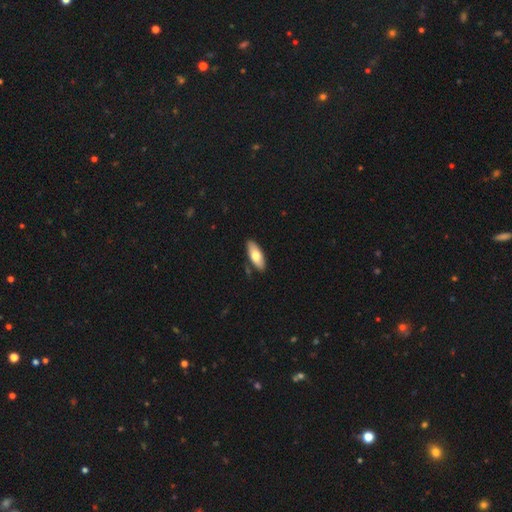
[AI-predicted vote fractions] This is likely a smooth galaxy (70%). How rounded: likely in between (79%). Merging: clearly none (84%).